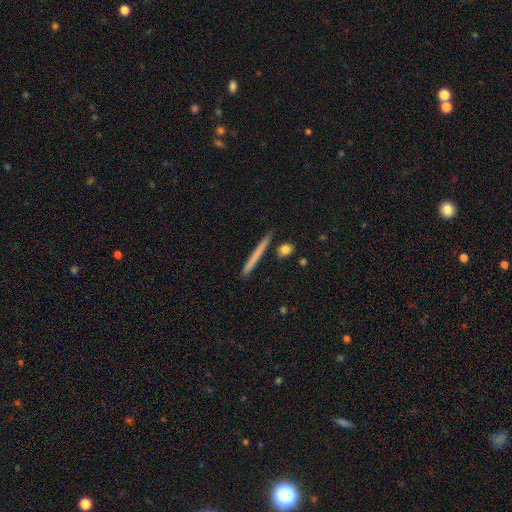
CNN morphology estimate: Smooth or featured? smooth (63%)
How rounded? cigar-shaped (96%)
Merging? none (88%)